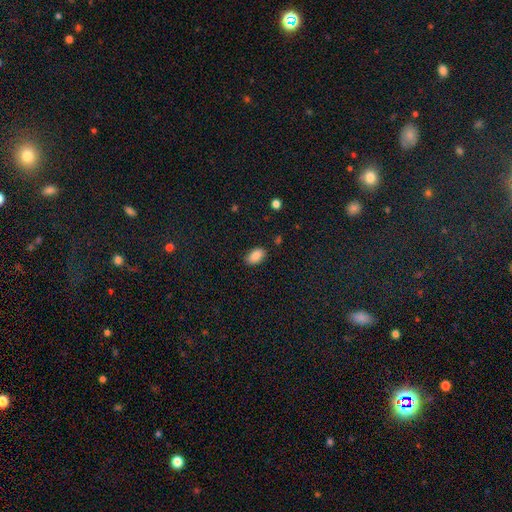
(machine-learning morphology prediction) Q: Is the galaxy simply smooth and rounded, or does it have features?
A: smooth — 86%.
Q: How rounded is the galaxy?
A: in between — 93%.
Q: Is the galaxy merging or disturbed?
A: none — 85%.